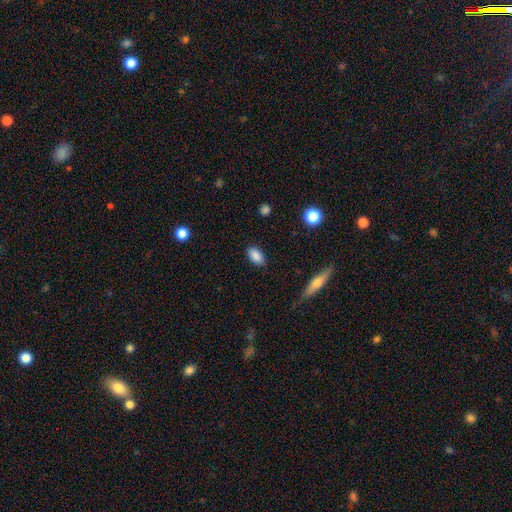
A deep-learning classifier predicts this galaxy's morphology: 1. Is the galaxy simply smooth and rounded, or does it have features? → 87% smooth, 8% star or artifact, 5% featured or disk.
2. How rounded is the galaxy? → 91% in between, 5% round, 4% cigar-shaped.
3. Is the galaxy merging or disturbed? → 85% none, 11% minor disturbance, 3% major disturbance, 1% merger.